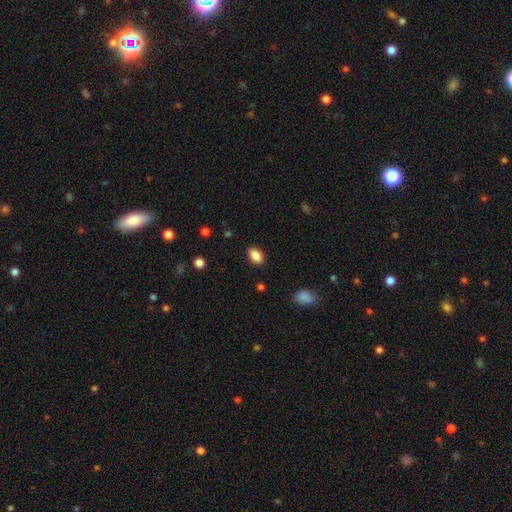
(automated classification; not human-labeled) A smooth galaxy with no disk features (88%) that is in between round and cigar-shaped (90%). Merging: none (87%).